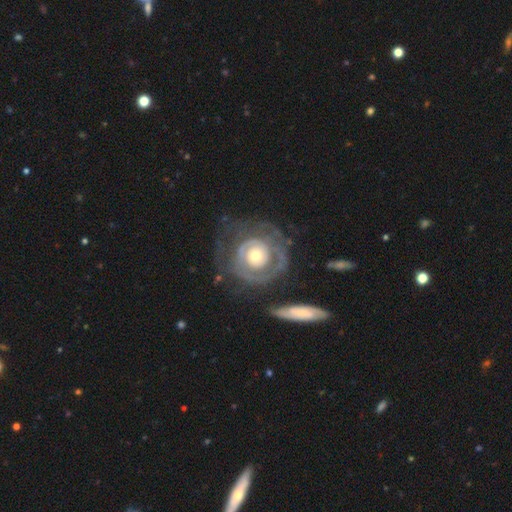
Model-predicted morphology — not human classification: Overall: featured or disk (75%). Edge-on disk: no (96%). Bar: no (84%). Spiral arms: yes (70%; no 30%). Spiral arm count: can't tell (45%; 2 22%). Spiral winding: tight (71%). Bulge size: moderate (54%; small 31%). Merging: none (57%; major disturbance 22%).